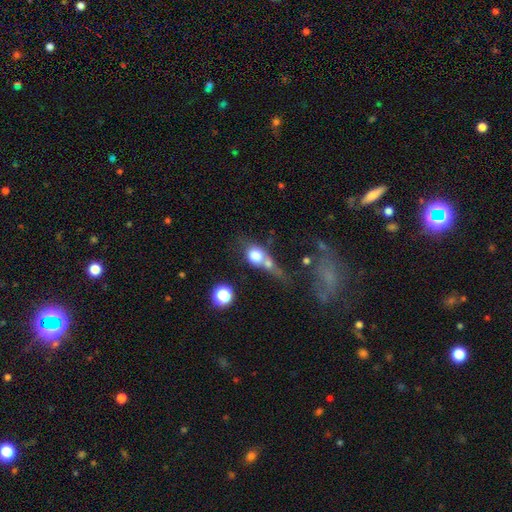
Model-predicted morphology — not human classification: smooth_or_featured: smooth (p=0.70) [alt: featured or disk p=0.19]
how_rounded: round (p=0.61) [alt: in between p=0.35]
merging: merger (p=0.50) [alt: none p=0.24]